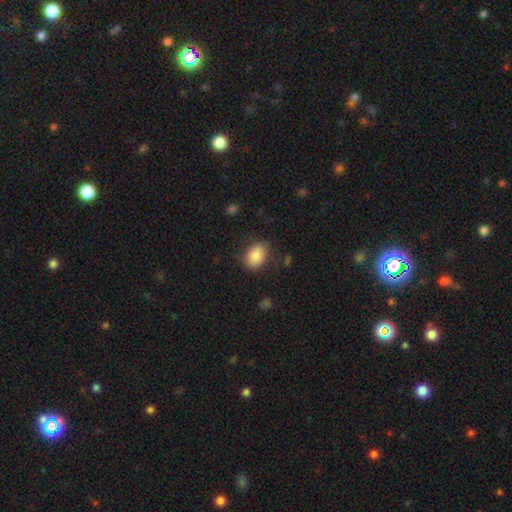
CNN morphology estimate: Smooth or featured: smooth — 84% (star or artifact — 8%)
How rounded: in between — 72% (round — 27%)
Merging: none — 81% (minor disturbance — 13%)